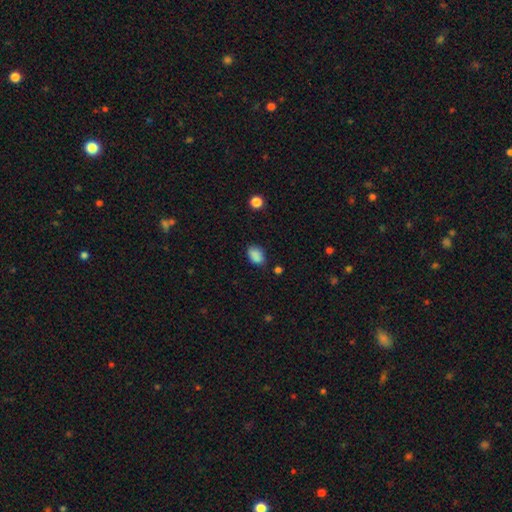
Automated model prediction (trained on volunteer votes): Smooth or featured?
  - smooth: 87% *
  - star or artifact: 9%
  - featured or disk: 4%
How rounded?
  - in between: 82% *
  - round: 16%
  - cigar-shaped: 1%
Merging?
  - none: 77% *
  - minor disturbance: 17%
  - major disturbance: 3%
  - merger: 2%